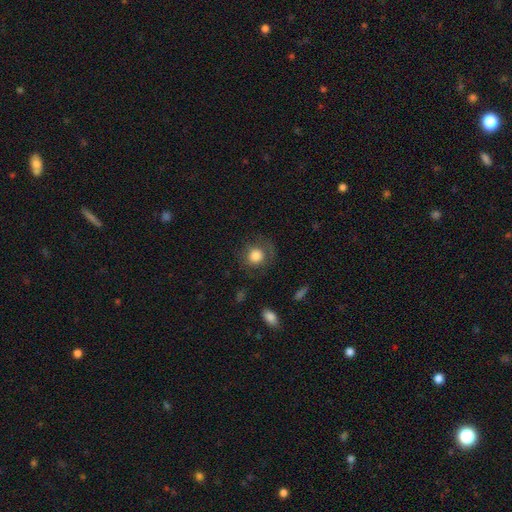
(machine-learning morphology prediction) Smooth or featured? smooth (77%)
How rounded? round (88%)
Merging? none (71%)